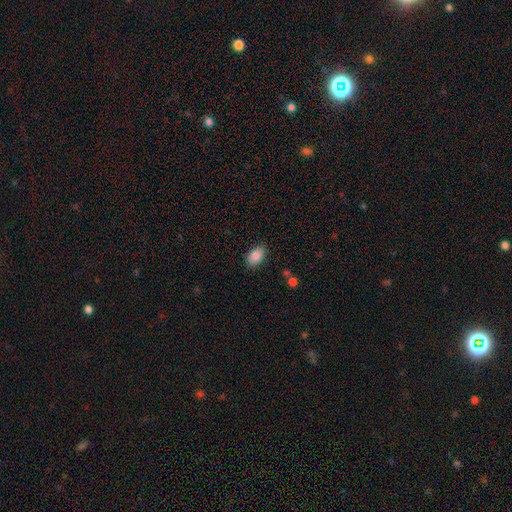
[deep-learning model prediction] Morphology: type=smooth (86%); roundness=in between (90%); merging=none (84%).